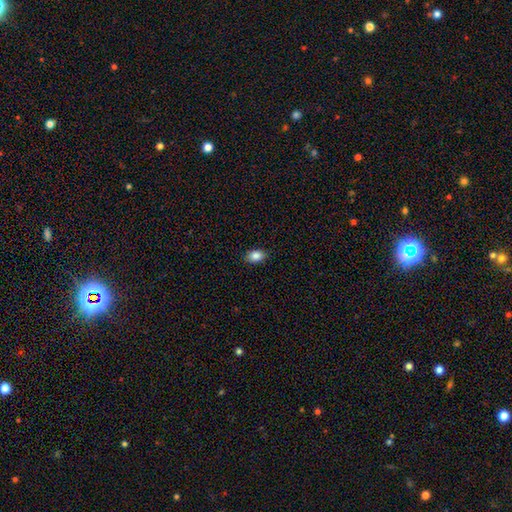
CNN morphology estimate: This is clearly a smooth galaxy (87%). How rounded: clearly in between (83%). Merging: clearly none (88%).